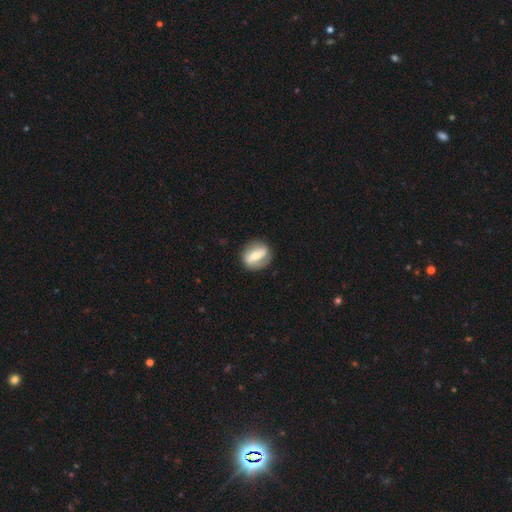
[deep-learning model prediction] Smooth or featured? featured or disk (65%)
Edge-on disk? no (92%)
Bar? strong (61%)
Spiral arms? yes (69%)
Bulge size? moderate (52%)
Merging? none (80%)